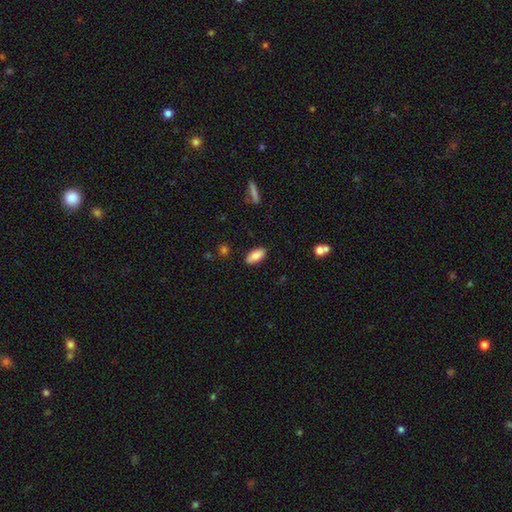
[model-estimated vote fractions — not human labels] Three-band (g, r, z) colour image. It shows a smooth galaxy with no disk features (84%) that is in between round and cigar-shaped (87%). Merging: none (86%).